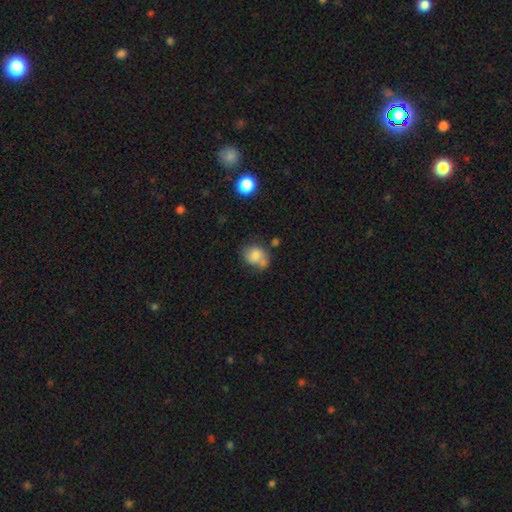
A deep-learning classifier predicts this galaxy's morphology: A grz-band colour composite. It shows a smooth galaxy with no disk features (76%) that is round (59%). Merging: none (46%).